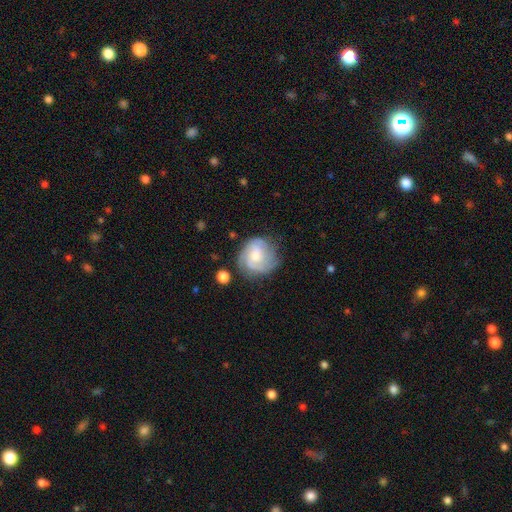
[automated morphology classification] This appears to be a featured or disk galaxy (71%) with no bar (61%), 2 (34%) tight (50%) spiral arms (93%) and a moderate central bulge (49%). Merging: none (66%).